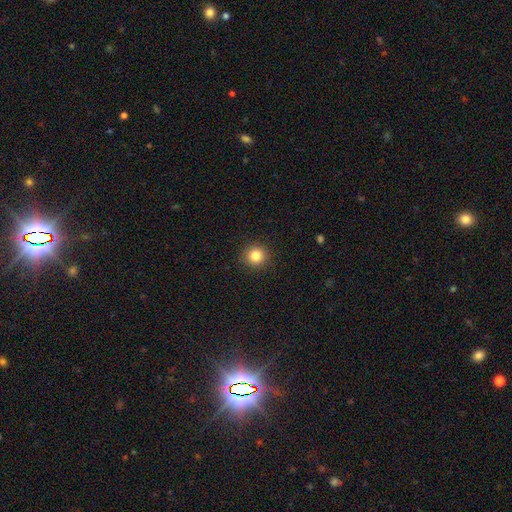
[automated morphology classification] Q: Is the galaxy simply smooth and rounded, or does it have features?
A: smooth — 83%.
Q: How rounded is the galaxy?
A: round — 93%.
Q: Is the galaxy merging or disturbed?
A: none — 92%.